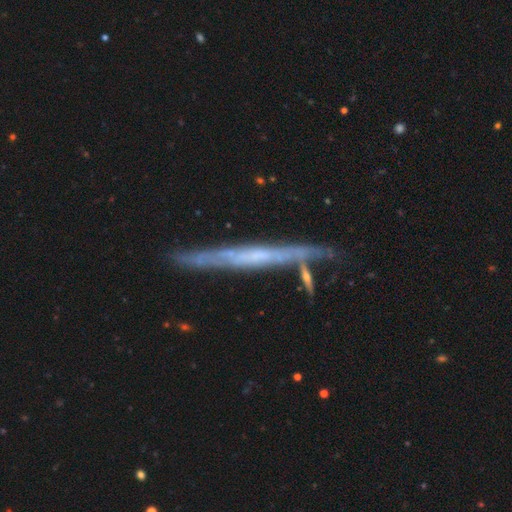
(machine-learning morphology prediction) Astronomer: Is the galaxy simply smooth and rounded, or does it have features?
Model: featured or disk — 73%.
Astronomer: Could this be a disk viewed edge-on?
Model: yes — 92%.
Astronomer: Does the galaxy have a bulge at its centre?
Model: none — 71%.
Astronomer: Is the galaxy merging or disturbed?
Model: none — 75%.